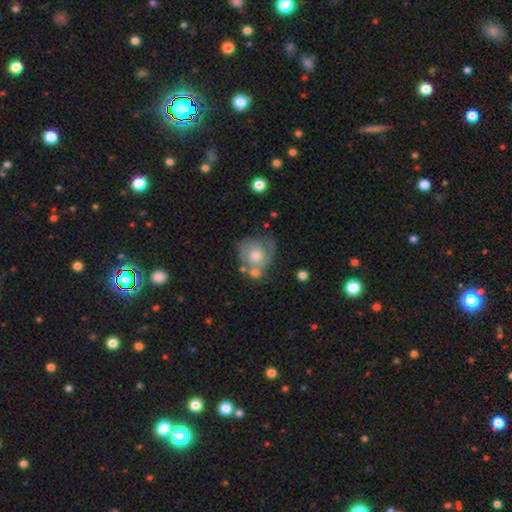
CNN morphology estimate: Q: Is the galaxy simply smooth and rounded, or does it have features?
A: featured or disk — 50%.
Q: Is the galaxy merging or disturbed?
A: none — 45%.